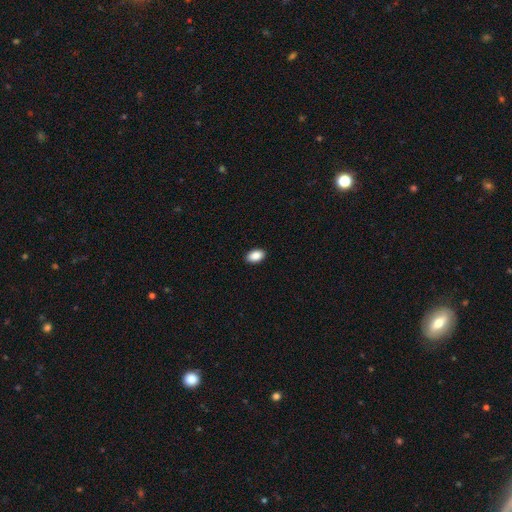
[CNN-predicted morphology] Smooth or featured?
  - smooth: 89% *
  - star or artifact: 7%
  - featured or disk: 3%
How rounded?
  - in between: 92% *
  - round: 6%
  - cigar-shaped: 1%
Merging?
  - none: 90% *
  - minor disturbance: 7%
  - major disturbance: 2%
  - merger: 1%